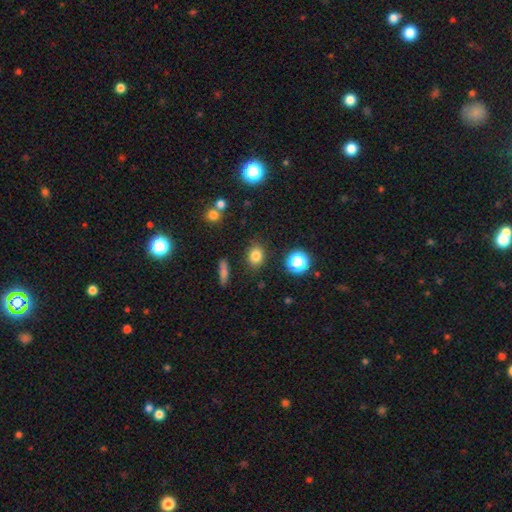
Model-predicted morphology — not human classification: smooth_or_featured: smooth (p=0.80) [alt: star or artifact p=0.14]
how_rounded: round (p=0.55) [alt: in between p=0.43]
merging: none (p=0.85) [alt: minor disturbance p=0.09]